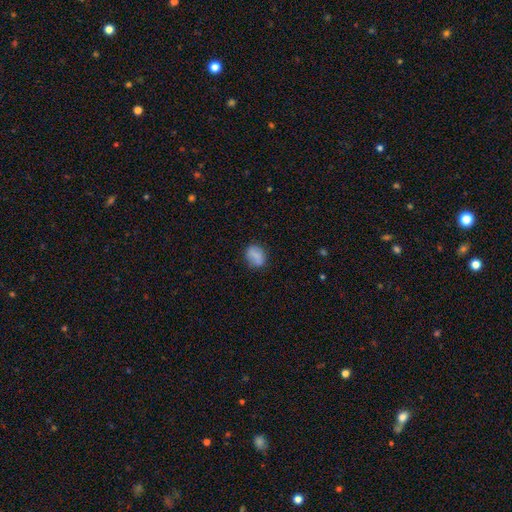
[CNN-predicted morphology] smooth_or_featured: smooth (p=0.80) [alt: featured or disk p=0.11]
how_rounded: in between (p=0.53) [alt: round p=0.45]
merging: none (p=0.78) [alt: minor disturbance p=0.16]